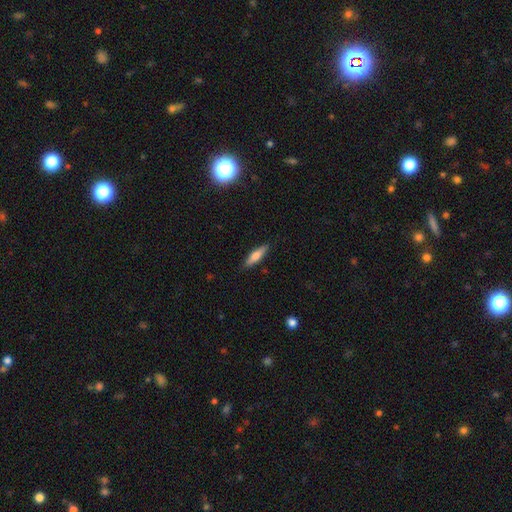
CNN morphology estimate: smooth 67%, featured or disk 26%, star or artifact 6%. Down the decision tree: how rounded — cigar-shaped (68%); merging — none (87%).